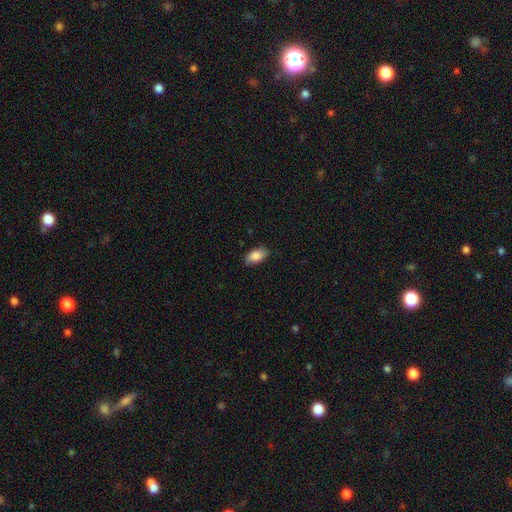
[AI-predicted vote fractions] Smooth or featured?
  - smooth: 85% *
  - featured or disk: 8%
  - star or artifact: 7%
How rounded?
  - in between: 92% *
  - cigar-shaped: 4%
  - round: 4%
Merging?
  - none: 84% *
  - minor disturbance: 13%
  - major disturbance: 2%
  - merger: 1%